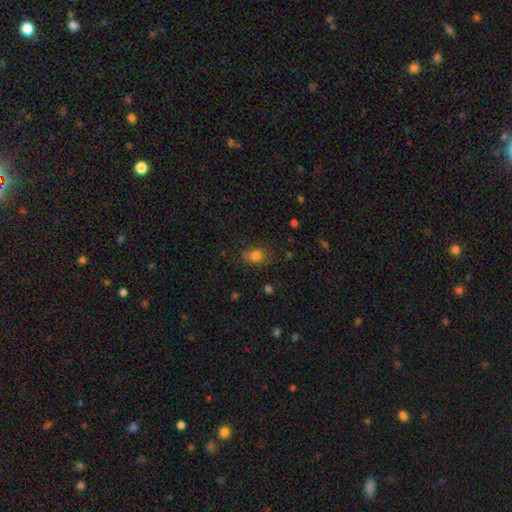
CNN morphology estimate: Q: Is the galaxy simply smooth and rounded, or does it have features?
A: smooth — 79%.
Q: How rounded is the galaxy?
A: round — 61%.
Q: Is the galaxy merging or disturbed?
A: none — 59%.